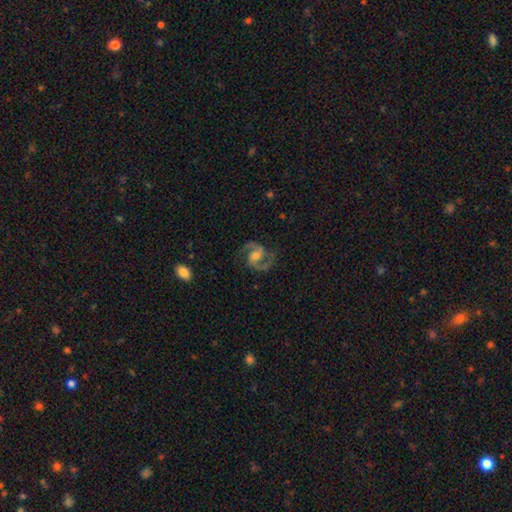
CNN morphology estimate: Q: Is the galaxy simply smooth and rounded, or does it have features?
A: featured or disk — 91%.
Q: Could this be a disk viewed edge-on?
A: no — 98%.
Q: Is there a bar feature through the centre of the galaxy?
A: weak — 44%.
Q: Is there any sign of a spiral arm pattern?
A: yes — 98%.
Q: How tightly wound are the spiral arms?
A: medium — 65%.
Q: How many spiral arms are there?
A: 2 — 94%.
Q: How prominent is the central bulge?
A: moderate — 51%.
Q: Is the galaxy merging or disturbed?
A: none — 81%.